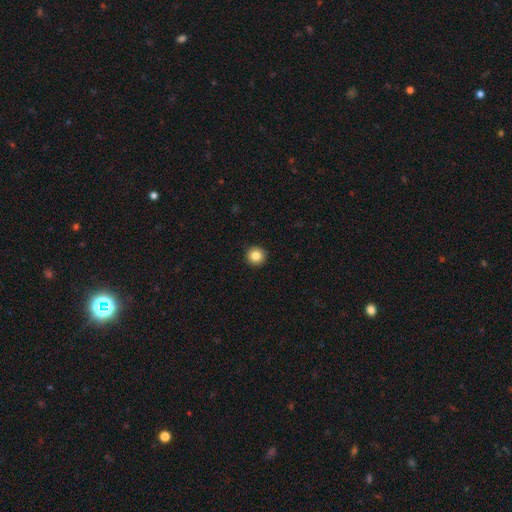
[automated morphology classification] Smooth or featured: smooth — 83% (star or artifact — 10%)
How rounded: round — 95% (in between — 4%)
Merging: none — 93% (minor disturbance — 4%)